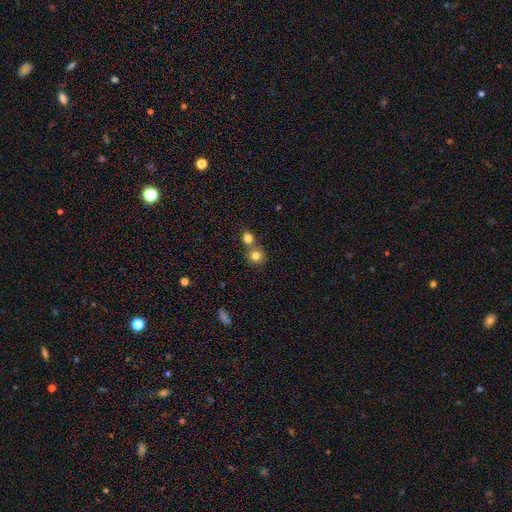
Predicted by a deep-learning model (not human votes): This appears to be a smooth galaxy with no disk features (80%) that is round (87%). Merging: none (52%).